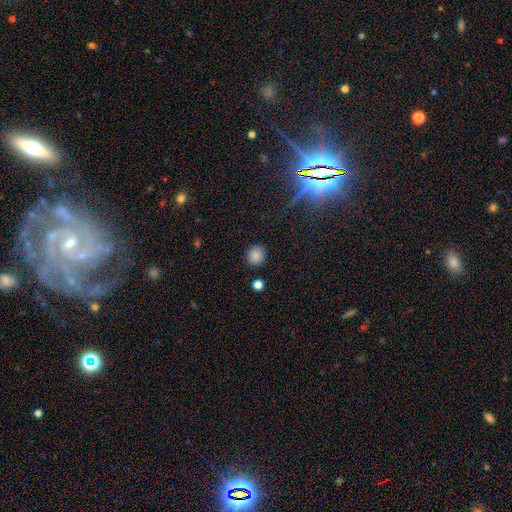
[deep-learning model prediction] smooth-or-featured: smooth: 85% | star or artifact: 11% | featured or disk: 4%
  how-rounded: round: 88% | in between: 11% | cigar-shaped: 1%
  merging: none: 89% | minor disturbance: 7% | major disturbance: 2% | merger: 2%